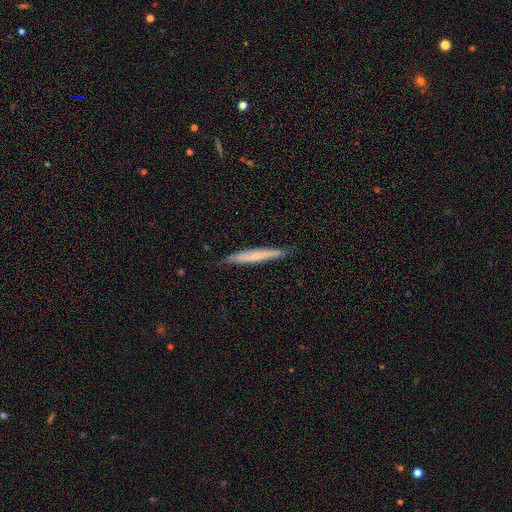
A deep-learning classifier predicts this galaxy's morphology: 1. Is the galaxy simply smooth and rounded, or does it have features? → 57% smooth, 37% featured or disk, 6% star or artifact.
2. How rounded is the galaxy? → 95% cigar-shaped, 3% in between, 1% round.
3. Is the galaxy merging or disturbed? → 83% none, 14% minor disturbance, 2% major disturbance, 1% merger.